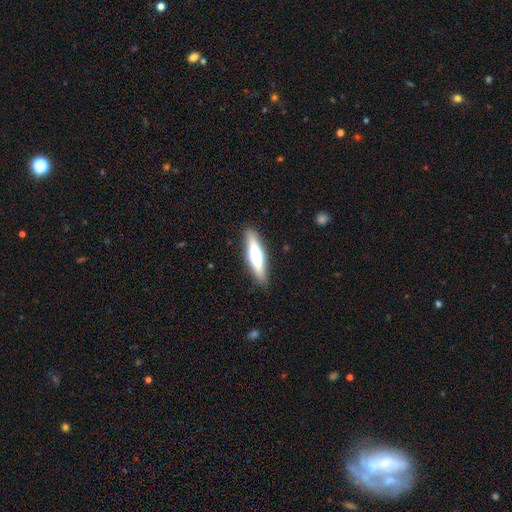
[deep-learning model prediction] smooth-or-featured: featured or disk: 49% | smooth: 45% | star or artifact: 7%
  merging: none: 88% | minor disturbance: 9% | major disturbance: 2% | merger: 1%